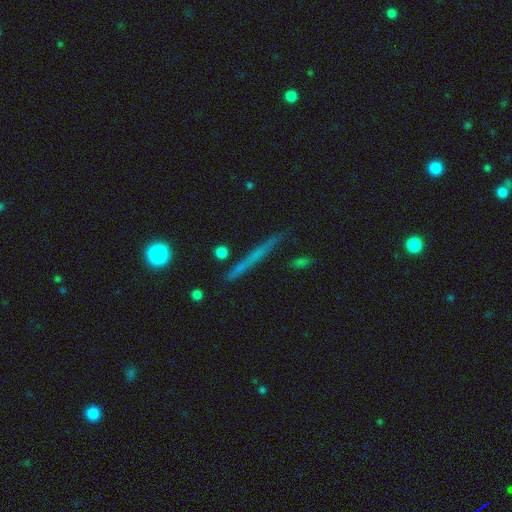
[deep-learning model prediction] A featured or disk galaxy (47%).

Vote fractions:
- Smooth or featured? featured or disk: 47% / smooth: 43% / star or artifact: 10%
- Merging? none: 87% / minor disturbance: 9% / major disturbance: 2% / merger: 2%